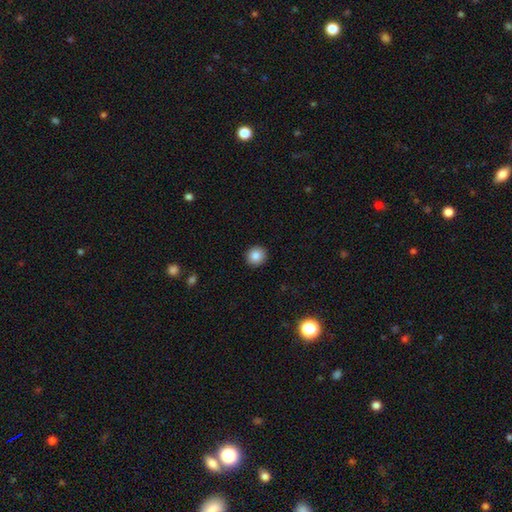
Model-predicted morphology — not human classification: type=smooth (85%); roundness=round (93%); merging=none (93%).